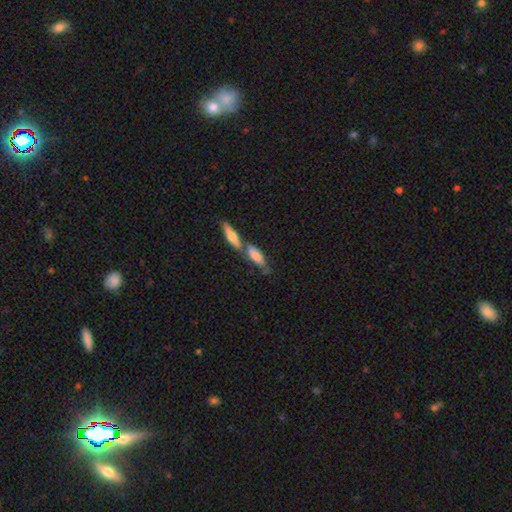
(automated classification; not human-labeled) smooth 66%, featured or disk 27%, star or artifact 7%. Down the decision tree: how rounded — in between (57%); merging — merger (44%).